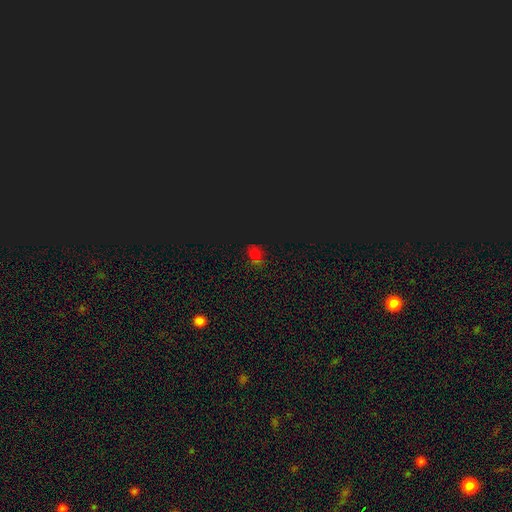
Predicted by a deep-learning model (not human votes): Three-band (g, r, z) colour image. It shows a star or artifact, not a galaxy (54%).